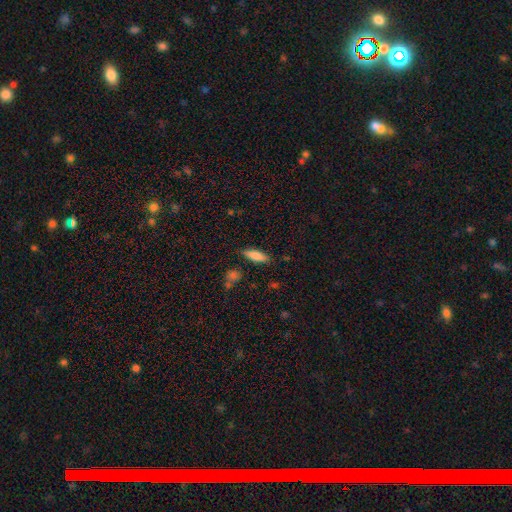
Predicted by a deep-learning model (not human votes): Q: Smooth or featured?
A: smooth (80%); runner-up: featured or disk (13%)
Q: How rounded?
A: in between (57%); runner-up: cigar-shaped (41%)
Q: Merging?
A: none (81%); runner-up: minor disturbance (13%)